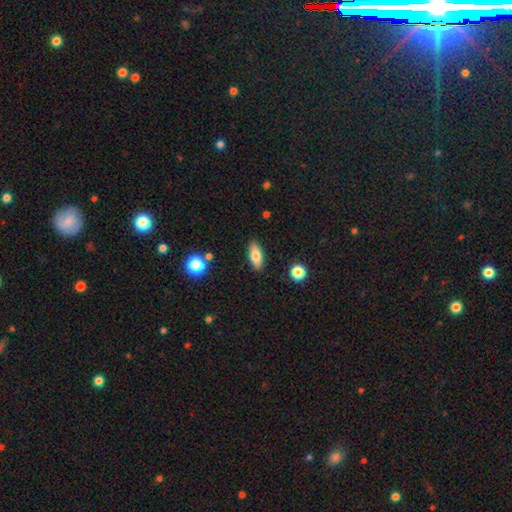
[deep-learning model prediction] A smooth galaxy with no disk features (76%) that is in between round and cigar-shaped (79%).

Vote fractions:
- Smooth or featured? smooth: 76% / featured or disk: 17% / star or artifact: 7%
- How rounded? in between: 79% / cigar-shaped: 18% / round: 3%
- Merging? none: 88% / minor disturbance: 9% / major disturbance: 2% / merger: 2%